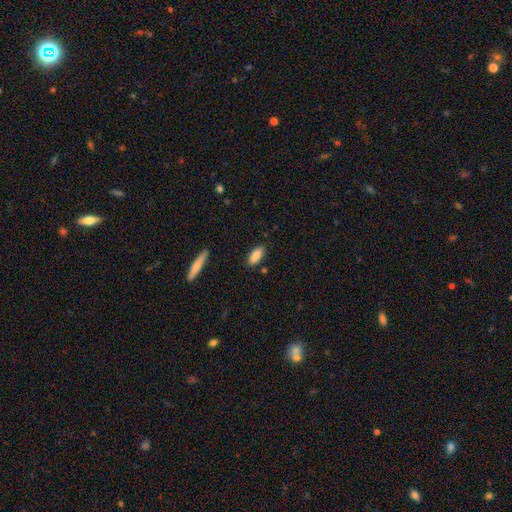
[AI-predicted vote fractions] A smooth galaxy with no disk features (87%) that is in between round and cigar-shaped (77%).

Vote fractions:
- Smooth or featured? smooth: 87% / featured or disk: 7% / star or artifact: 6%
- How rounded? in between: 77% / cigar-shaped: 21% / round: 2%
- Merging? none: 85% / minor disturbance: 11% / major disturbance: 2% / merger: 2%